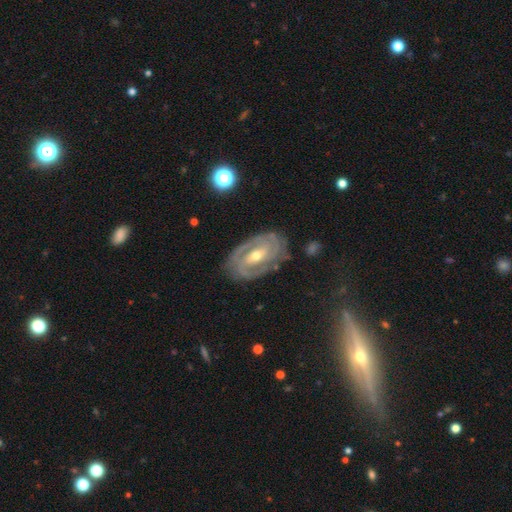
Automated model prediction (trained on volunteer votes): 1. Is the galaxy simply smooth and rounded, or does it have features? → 86% featured or disk, 7% smooth, 6% star or artifact.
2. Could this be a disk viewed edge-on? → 95% no, 5% yes.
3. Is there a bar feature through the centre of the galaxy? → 41% weak, 33% strong, 26% no.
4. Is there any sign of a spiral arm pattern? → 93% yes, 7% no.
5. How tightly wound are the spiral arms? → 66% tight, 27% medium, 7% loose.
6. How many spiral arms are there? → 64% 2, 16% can't tell, 11% 3, 3% 1, 3% 4, 3% more than 4.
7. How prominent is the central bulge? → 52% moderate, 44% small, 2% large, 1% none, 1% dominant.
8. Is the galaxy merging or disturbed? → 78% none, 15% minor disturbance, 5% major disturbance, 2% merger.